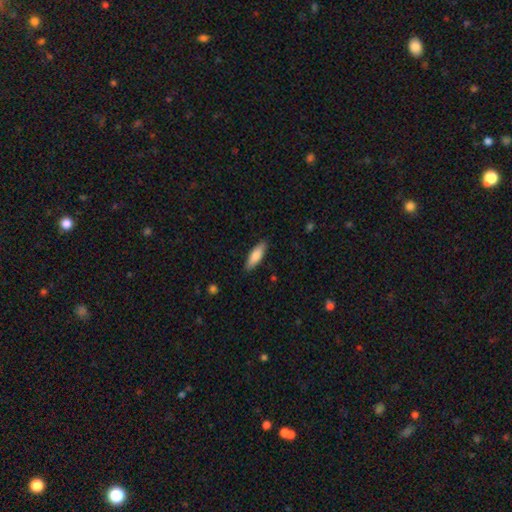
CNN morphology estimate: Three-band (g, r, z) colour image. It shows a smooth galaxy with no disk features (81%) that is in between round and cigar-shaped (51%). Merging: none (88%).